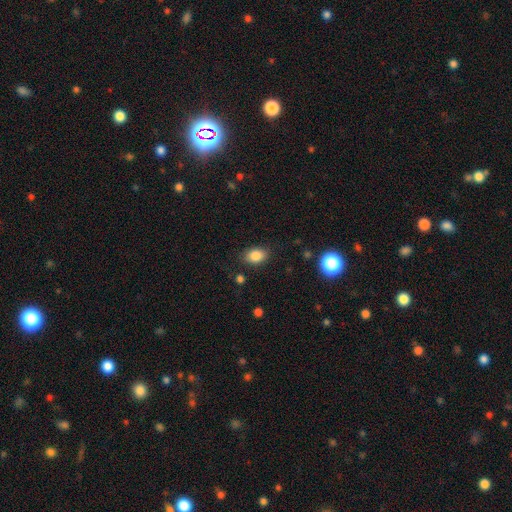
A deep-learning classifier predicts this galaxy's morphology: smooth_or_featured: smooth (p=0.85) [alt: star or artifact p=0.09]
how_rounded: in between (p=0.82) [alt: round p=0.17]
merging: none (p=0.84) [alt: minor disturbance p=0.12]